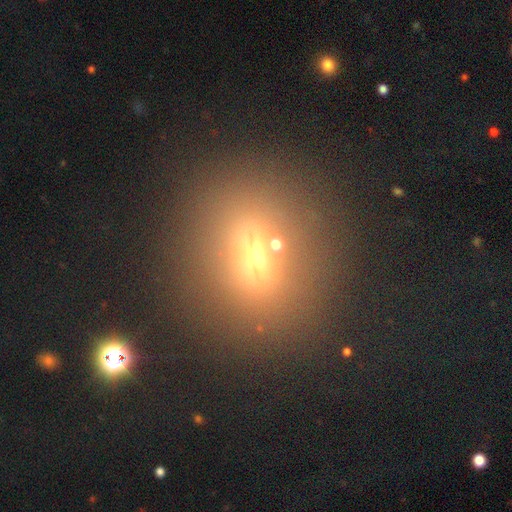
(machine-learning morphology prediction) The model was most divided on "smooth or featured": smooth: 46%, star or artifact: 27%, featured or disk: 27%. More confident: merging — none (76%).